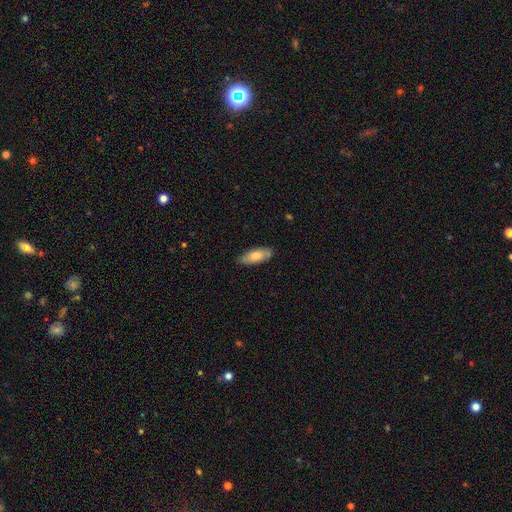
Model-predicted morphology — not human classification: Overall: smooth (75%). How rounded: in between (75%). Merging: none (85%).